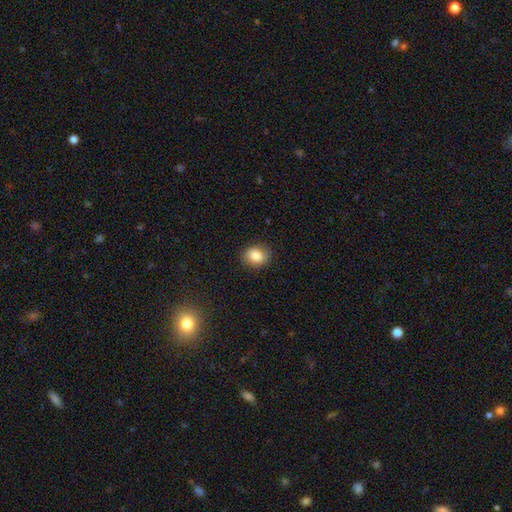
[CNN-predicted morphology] Smooth or featured? Predicted: smooth (p=0.84). How rounded? Predicted: round (p=0.54). Merging? Predicted: none (p=0.83).